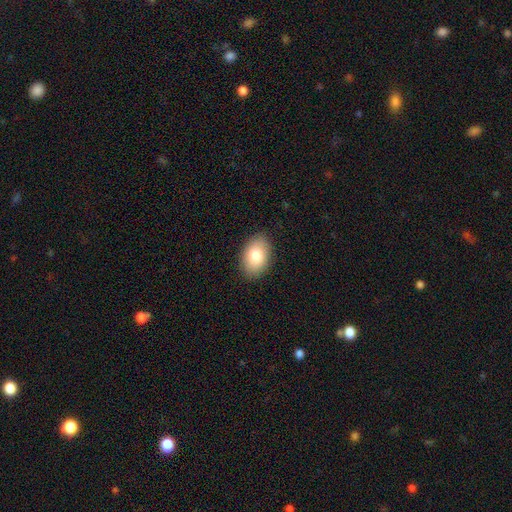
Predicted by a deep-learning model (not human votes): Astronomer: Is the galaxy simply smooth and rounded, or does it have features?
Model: smooth — 81%.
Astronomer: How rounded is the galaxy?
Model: in between — 89%.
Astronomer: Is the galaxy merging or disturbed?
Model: none — 88%.